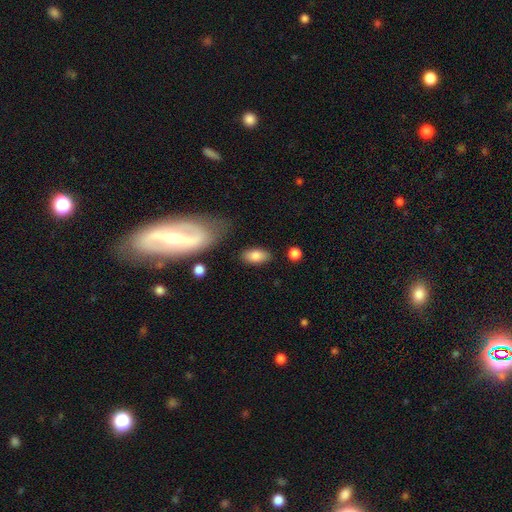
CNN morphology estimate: A smooth galaxy with no disk features (82%) that is in between round and cigar-shaped (91%). Merging: none (82%).